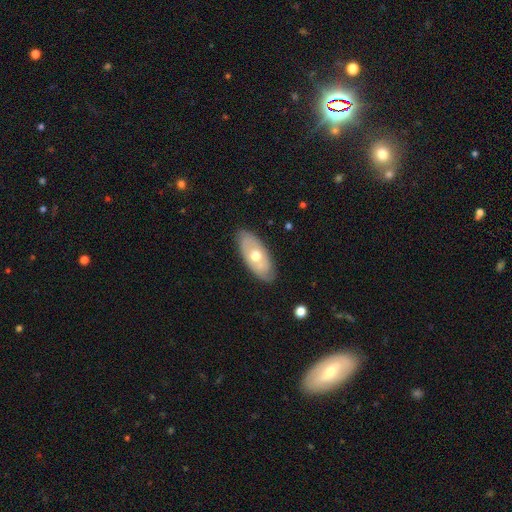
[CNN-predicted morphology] A featured or disk galaxy (47%, tied with smooth).

Vote fractions:
- Smooth or featured? featured or disk: 47% (tied) / smooth: 47% (tied) / star or artifact: 6%
- Merging? none: 84% / minor disturbance: 12% / major disturbance: 3% / merger: 1%